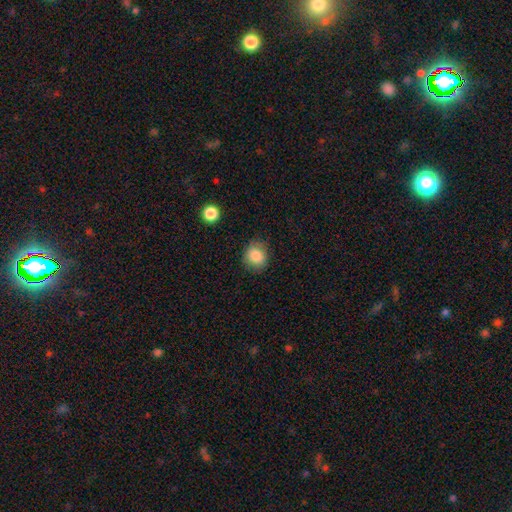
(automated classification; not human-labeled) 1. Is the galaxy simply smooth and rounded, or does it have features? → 85% smooth, 9% star or artifact, 6% featured or disk.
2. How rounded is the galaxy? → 73% round, 26% in between, 1% cigar-shaped.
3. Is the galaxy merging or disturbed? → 80% none, 15% minor disturbance, 4% major disturbance, 1% merger.